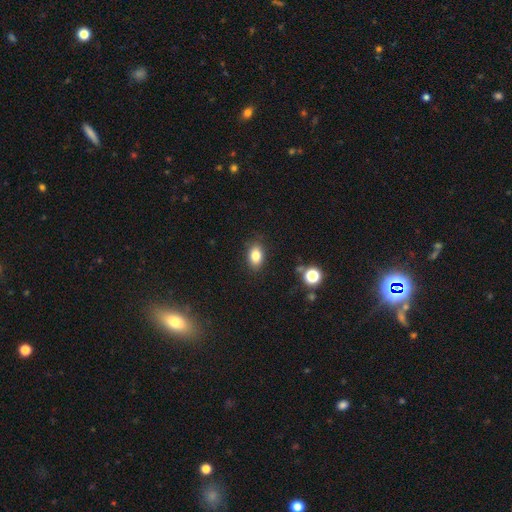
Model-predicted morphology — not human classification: smooth_or_featured: smooth (p=0.83) [alt: star or artifact p=0.10]
how_rounded: in between (p=0.84) [alt: round p=0.14]
merging: none (p=0.86) [alt: minor disturbance p=0.10]